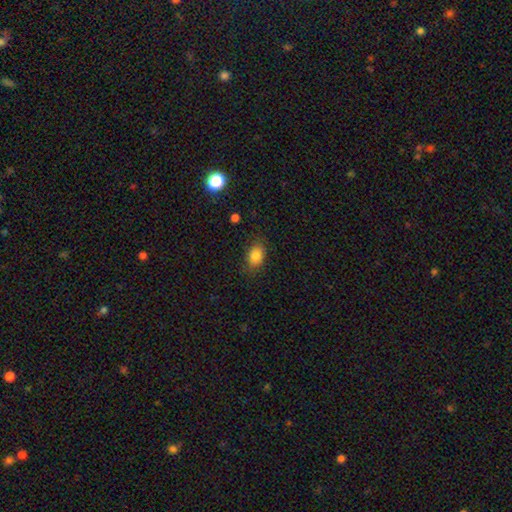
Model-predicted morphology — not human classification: Smooth or featured? smooth (83%)
How rounded? in between (77%)
Merging? none (82%)